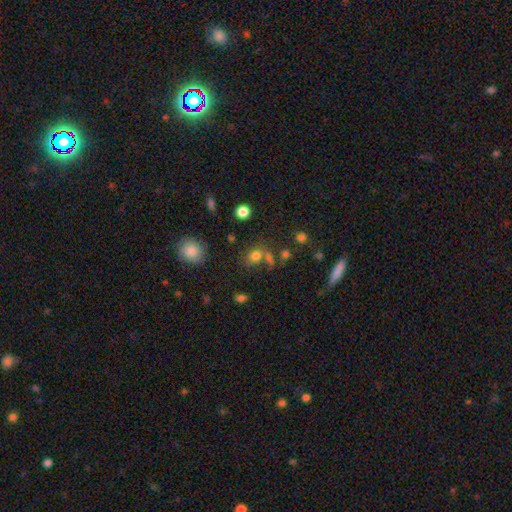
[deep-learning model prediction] Smooth or featured?
  - smooth: 72% *
  - star or artifact: 17%
  - featured or disk: 11%
How rounded?
  - round: 50% *
  - in between: 49%
  - cigar-shaped: 2%
Merging?
  - none: 50% *
  - merger: 27%
  - minor disturbance: 14%
  - major disturbance: 9%